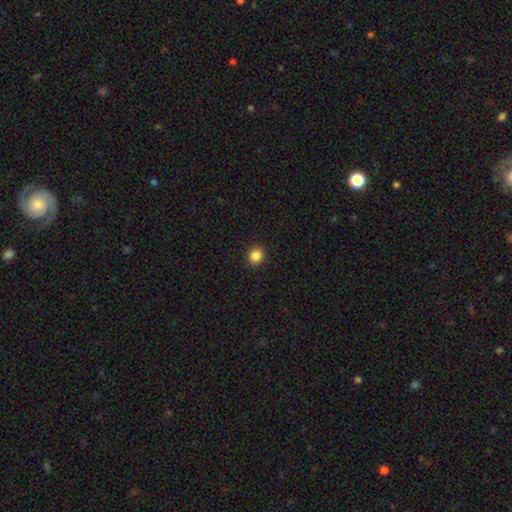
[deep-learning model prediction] Overall: smooth (86%). How rounded: round (85%). Merging: none (92%).